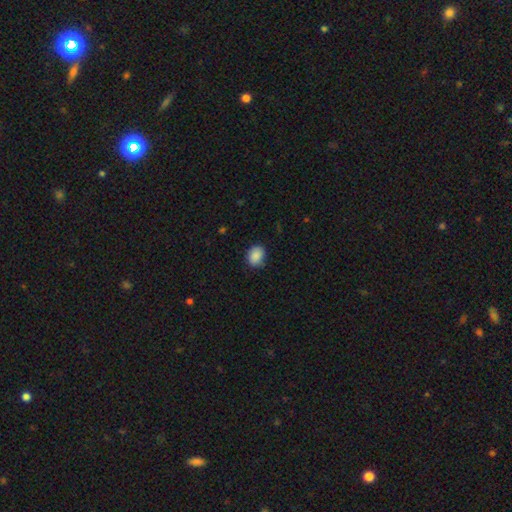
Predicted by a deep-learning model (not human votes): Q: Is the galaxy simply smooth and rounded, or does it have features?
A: smooth — 88%.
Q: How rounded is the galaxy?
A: in between — 57%.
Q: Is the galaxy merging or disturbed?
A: none — 80%.